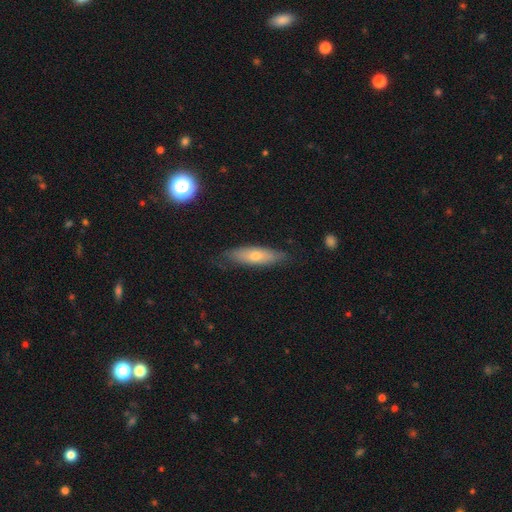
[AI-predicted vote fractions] Overall: smooth (58%; featured or disk 34%). How rounded: cigar-shaped (58%; in between 39%). Merging: none (77%).